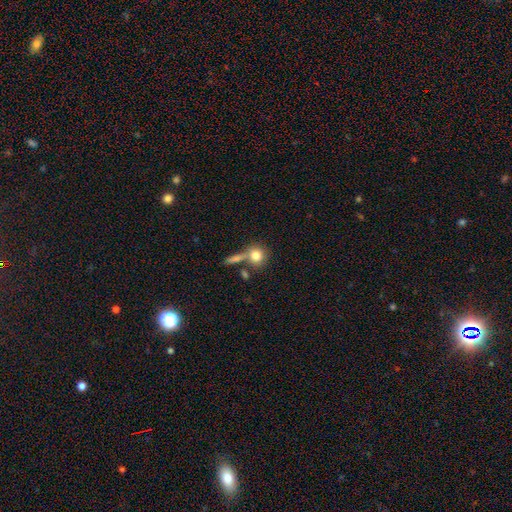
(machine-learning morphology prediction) This is likely a smooth galaxy (79%). How rounded: clearly round (83%). Merging: possibly none (56%).